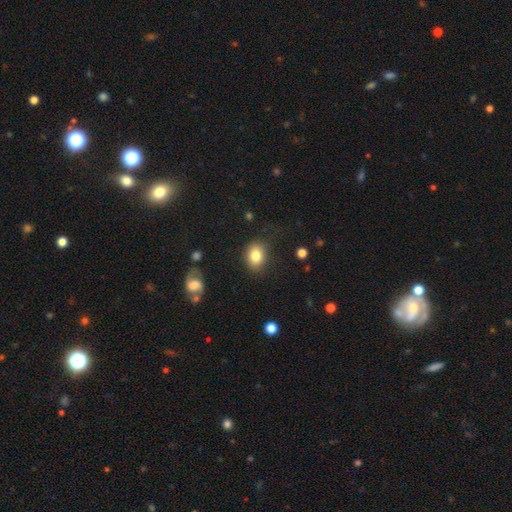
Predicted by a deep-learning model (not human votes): Smooth or featured: smooth — 82% (featured or disk — 9%)
How rounded: in between — 60% (round — 39%)
Merging: none — 81% (minor disturbance — 13%)